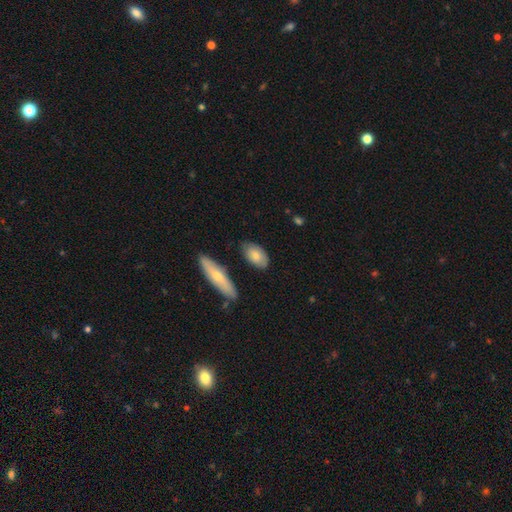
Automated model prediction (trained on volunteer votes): This is likely a smooth galaxy (73%). How rounded: clearly in between (88%). Merging: likely none (73%).